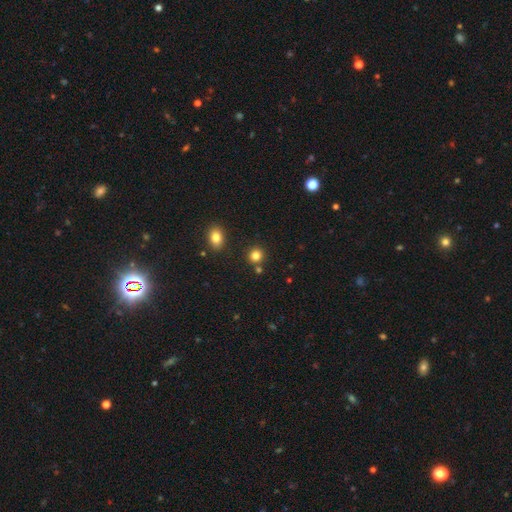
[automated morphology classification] Overall: smooth (83%). How rounded: round (87%). Merging: none (83%).